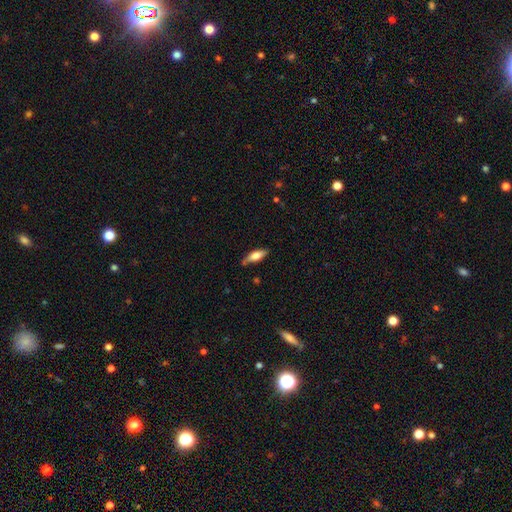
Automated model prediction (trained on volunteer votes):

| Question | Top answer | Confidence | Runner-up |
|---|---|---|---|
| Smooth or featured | smooth | 65% | featured or disk (29%) |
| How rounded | in between | 58% | cigar-shaped (39%) |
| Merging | none | 75% | minor disturbance (19%) |